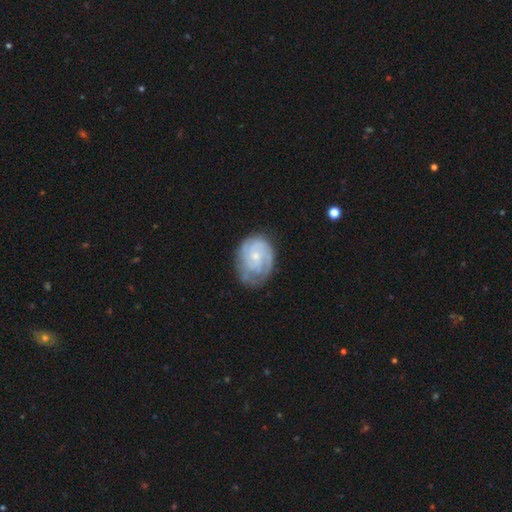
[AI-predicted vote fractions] Smooth or featured?
  - featured or disk: 70% *
  - smooth: 24%
  - star or artifact: 6%
Edge-on disk?
  - no: 98% *
  - yes: 2%
Bar?
  - no: 74% *
  - weak: 23%
  - strong: 3%
Spiral arms?
  - yes: 88% *
  - no: 12%
Spiral winding?
  - tight: 58% *
  - medium: 32%
  - loose: 10%
Spiral arm count?
  - can't tell: 39% *
  - 2: 25%
  - 3: 20%
  - 4: 7%
  - 1: 5%
  - more than 4: 4%
Bulge size?
  - small: 70% *
  - moderate: 23%
  - none: 5%
  - large: 1%
  - dominant: 1%
Merging?
  - none: 62% *
  - minor disturbance: 25%
  - major disturbance: 11%
  - merger: 2%